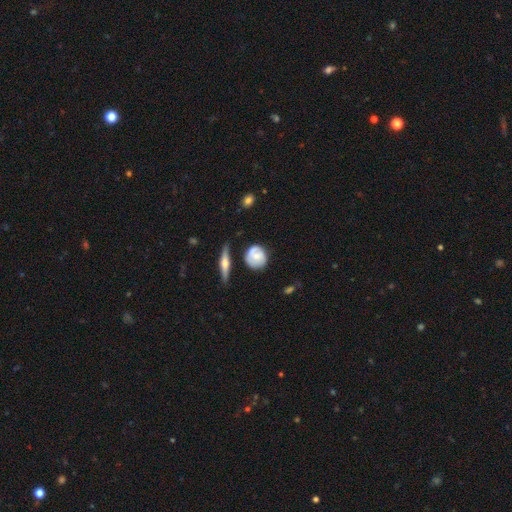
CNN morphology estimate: Smooth or featured? Predicted: smooth (p=0.56). How rounded? Predicted: round (p=0.79). Merging? Predicted: none (p=0.63).